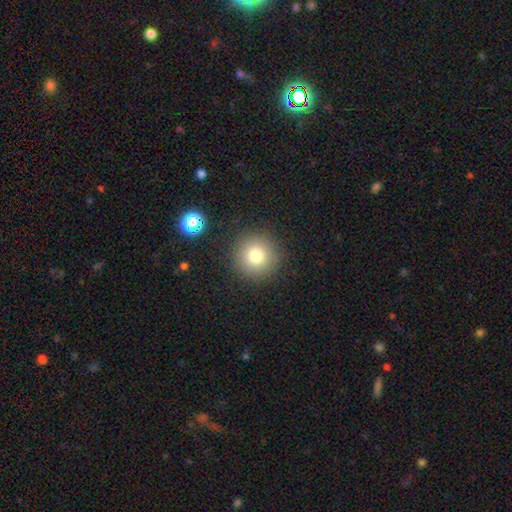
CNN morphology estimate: A smooth galaxy with no disk features (79%) that is round (95%). Merging: none (90%).